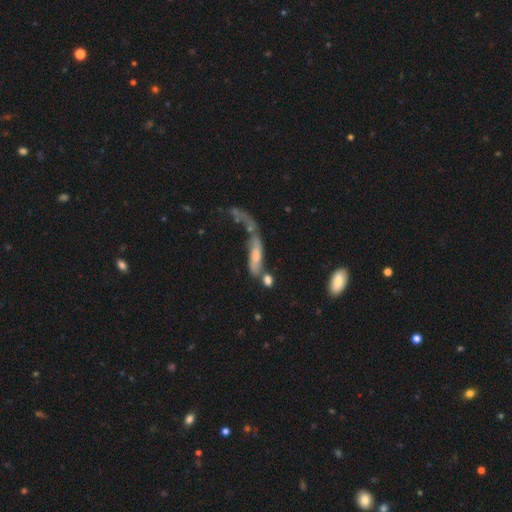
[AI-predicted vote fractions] smooth 52%, featured or disk 39%, star or artifact 9%. Down the decision tree: how rounded — cigar-shaped (57%); merging — merger (35%).